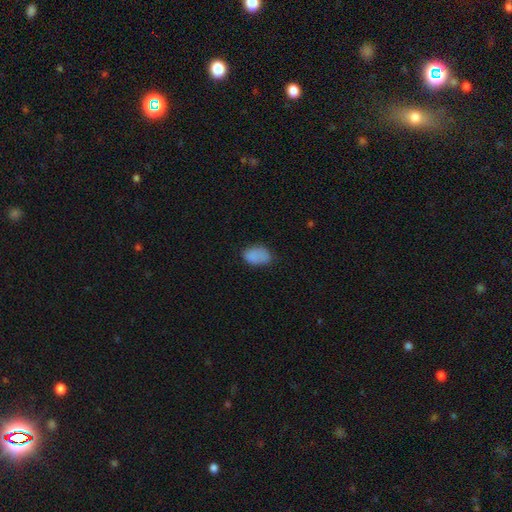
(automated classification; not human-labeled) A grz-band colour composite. It shows a smooth galaxy with no disk features (84%) that is in between round and cigar-shaped (85%). Merging: none (63%).